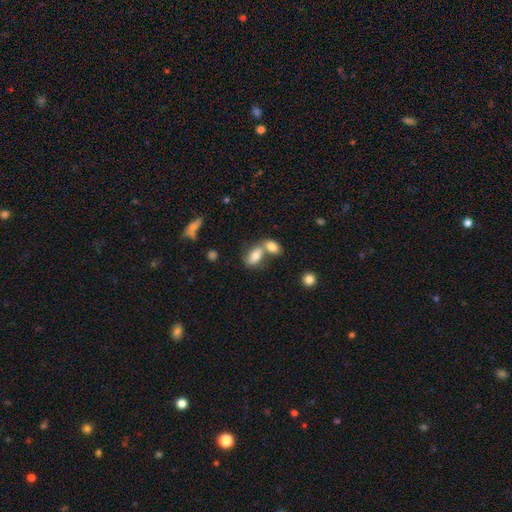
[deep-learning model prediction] This appears to be a smooth galaxy with no disk features (76%) that is in between round and cigar-shaped (88%). Merging: merger (57%).